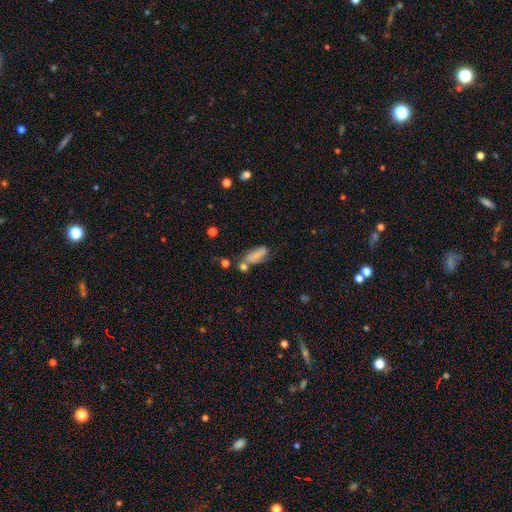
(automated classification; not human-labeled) Smooth or featured? smooth (57%)
How rounded? in between (75%)
Merging? none (40%)